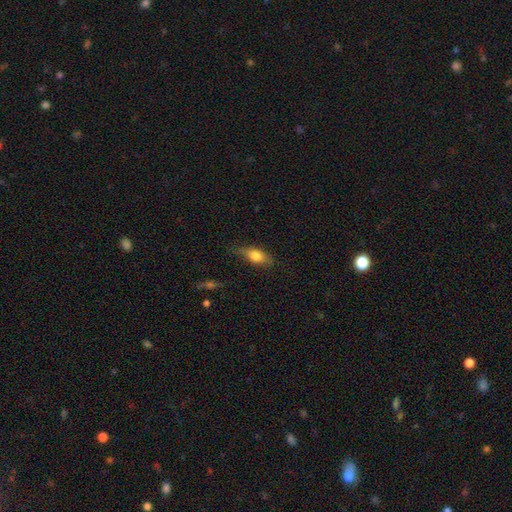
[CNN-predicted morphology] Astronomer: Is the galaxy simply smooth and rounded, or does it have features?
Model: smooth — 75%.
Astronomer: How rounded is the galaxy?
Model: in between — 79%.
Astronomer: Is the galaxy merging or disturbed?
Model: none — 59%.